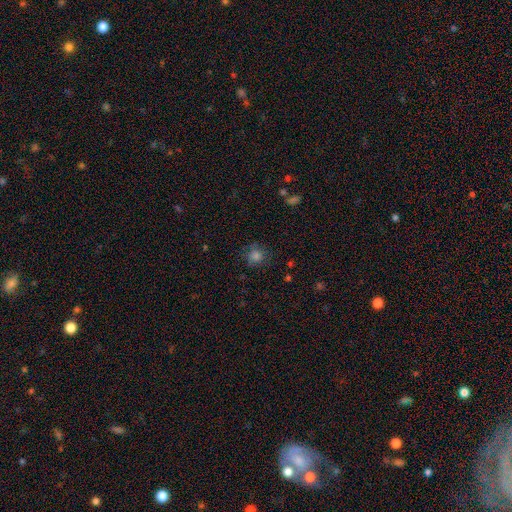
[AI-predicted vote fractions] A smooth galaxy with no disk features (75%) that is round (87%).

Vote fractions:
- Smooth or featured? smooth: 75% / star or artifact: 16% / featured or disk: 9%
- How rounded? round: 87% / in between: 12% / cigar-shaped: 1%
- Merging? none: 76% / minor disturbance: 16% / major disturbance: 7% / merger: 2%